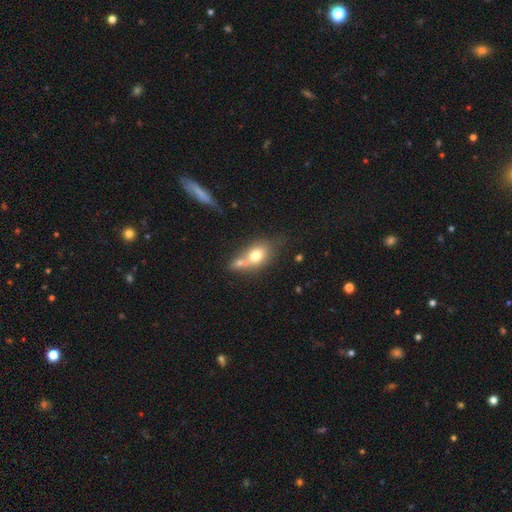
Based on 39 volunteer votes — A smooth galaxy with no disk features (74%) that is in between round and cigar-shaped (93%). Merging: merger (46%).